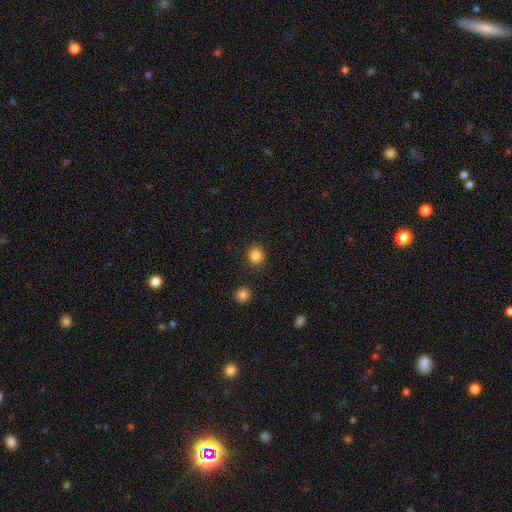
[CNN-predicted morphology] Smooth or featured?
  - smooth: 85% *
  - star or artifact: 11%
  - featured or disk: 4%
How rounded?
  - round: 82% *
  - in between: 18%
  - cigar-shaped: 1%
Merging?
  - none: 89% *
  - minor disturbance: 6%
  - major disturbance: 2%
  - merger: 2%